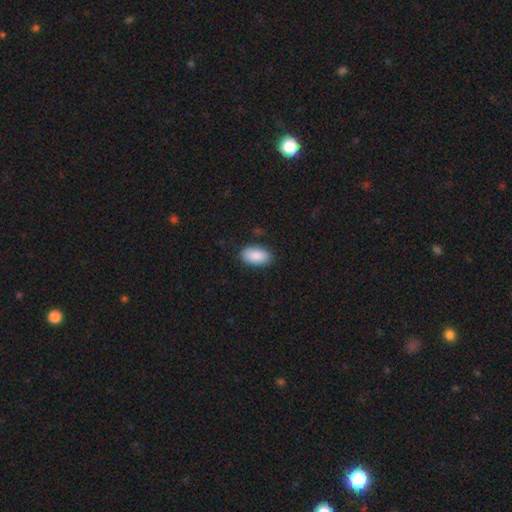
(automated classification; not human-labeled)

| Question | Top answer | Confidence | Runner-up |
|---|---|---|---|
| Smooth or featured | smooth | 90% | star or artifact (6%) |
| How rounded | in between | 95% | round (3%) |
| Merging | none | 87% | minor disturbance (10%) |